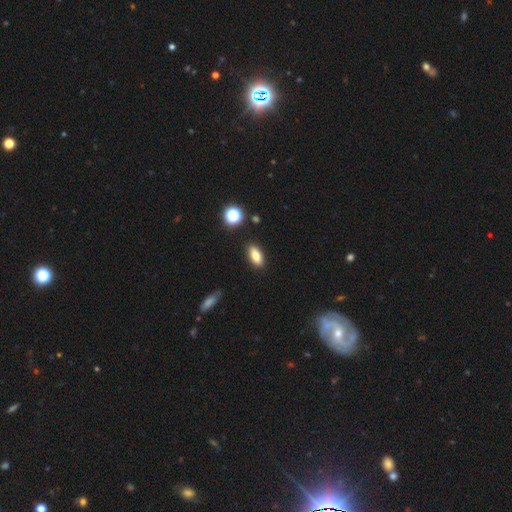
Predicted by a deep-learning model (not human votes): The model was most divided on "how rounded": in between: 82%, cigar-shaped: 14%, round: 5%. More confident: merging — none (87%); smooth or featured — smooth (81%).